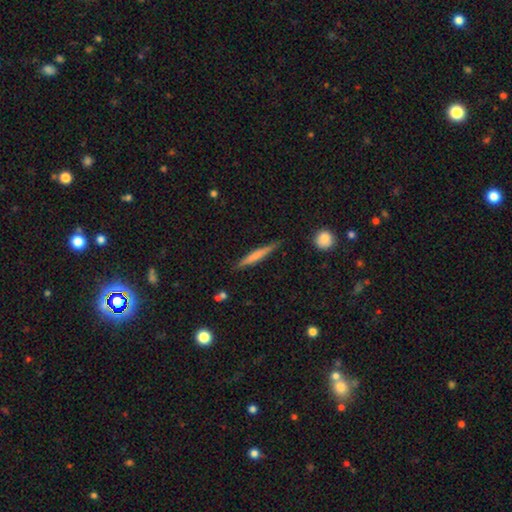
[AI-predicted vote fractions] This appears to be a smooth galaxy with no disk features (58%) that is cigar-shaped (94%). Merging: none (85%).